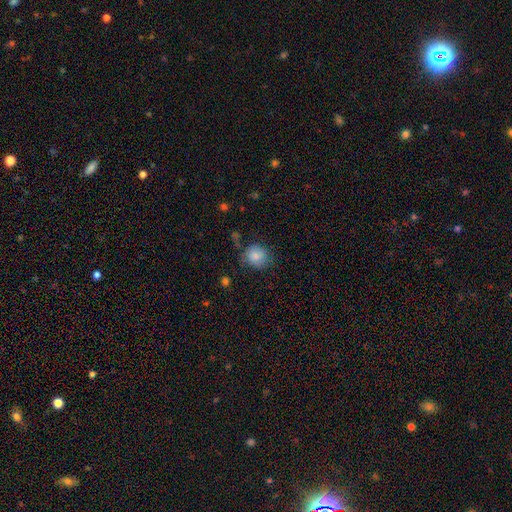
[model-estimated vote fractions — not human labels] A smooth galaxy with no disk features (82%) that is round (75%). Merging: none (66%).